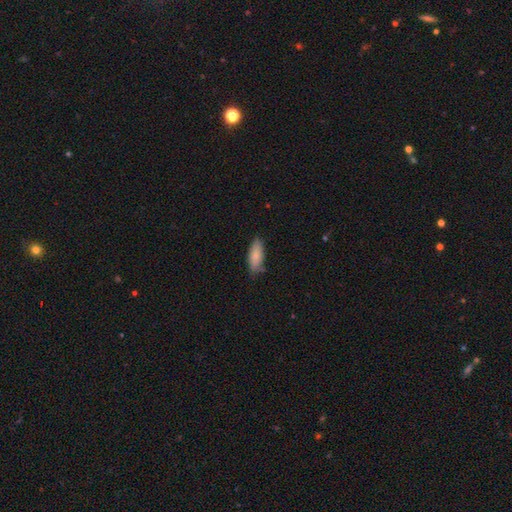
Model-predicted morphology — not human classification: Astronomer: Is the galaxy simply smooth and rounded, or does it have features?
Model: smooth — 83%.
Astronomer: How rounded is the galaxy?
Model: in between — 77%.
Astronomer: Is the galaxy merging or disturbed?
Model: none — 77%.